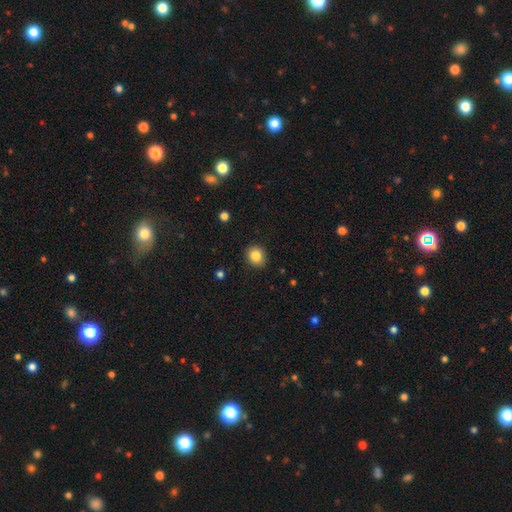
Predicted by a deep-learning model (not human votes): smooth 85%, star or artifact 9%, featured or disk 6%. Down the decision tree: how rounded — round (73%); merging — none (90%).